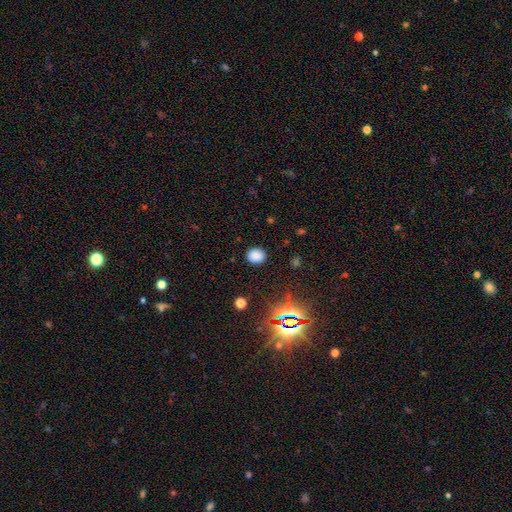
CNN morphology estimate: smooth-or-featured: smooth: 80% | star or artifact: 15% | featured or disk: 4%
  how-rounded: round: 72% | in between: 27% | cigar-shaped: 1%
  merging: none: 88% | minor disturbance: 8% | major disturbance: 3% | merger: 1%